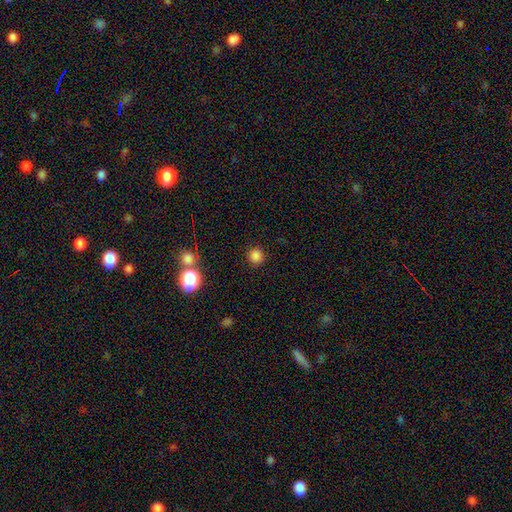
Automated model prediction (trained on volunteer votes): The model was most divided on "smooth or featured": smooth: 82%, star or artifact: 14%, featured or disk: 4%. More confident: how rounded — round (94%); merging — none (89%).